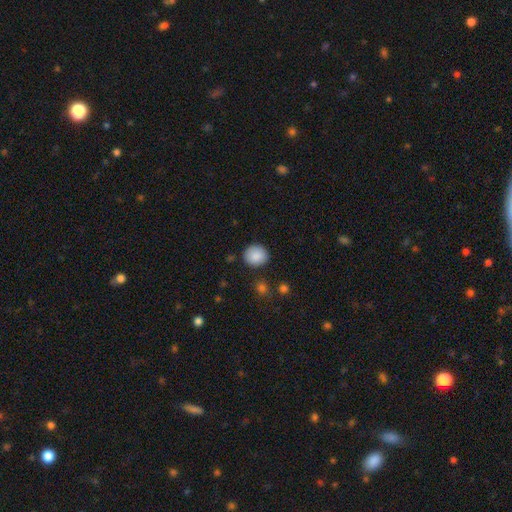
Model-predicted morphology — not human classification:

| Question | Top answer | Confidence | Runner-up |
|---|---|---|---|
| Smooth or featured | smooth | 88% | star or artifact (8%) |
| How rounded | round | 83% | in between (16%) |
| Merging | none | 87% | minor disturbance (9%) |